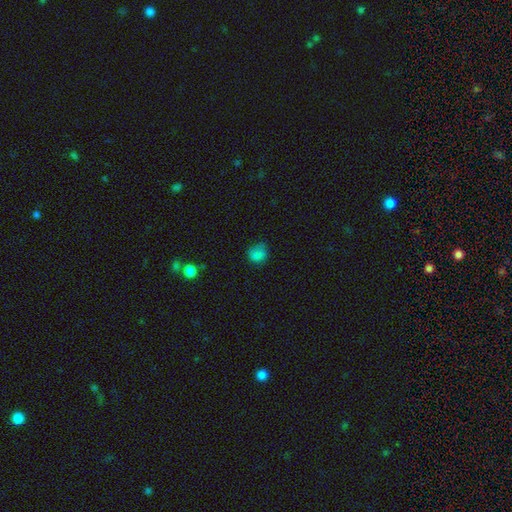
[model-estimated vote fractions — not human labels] The model was most divided on "how rounded": round: 64%, in between: 35%, cigar-shaped: 1%. More confident: smooth or featured — smooth (79%); merging — none (60%).